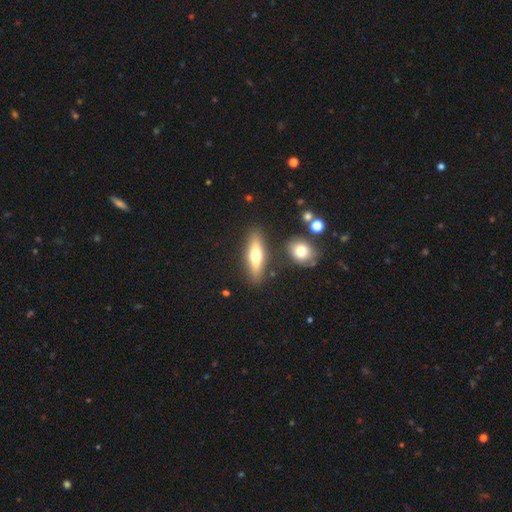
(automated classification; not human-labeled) smooth 54%, featured or disk 39%, star or artifact 6%. Down the decision tree: how rounded — cigar-shaped (60%); merging — none (82%).